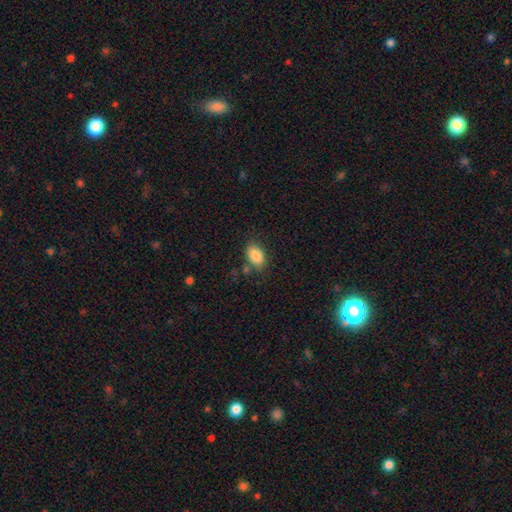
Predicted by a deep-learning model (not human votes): Smooth or featured? Predicted: smooth (p=0.85). How rounded? Predicted: in between (p=0.90). Merging? Predicted: none (p=0.74).